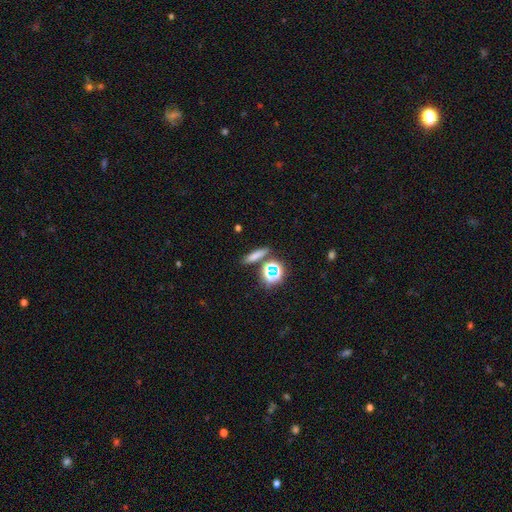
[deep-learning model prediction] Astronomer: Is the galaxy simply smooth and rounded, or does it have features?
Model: smooth — 67%.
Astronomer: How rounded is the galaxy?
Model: cigar-shaped — 61%.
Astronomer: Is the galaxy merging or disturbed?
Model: none — 79%.